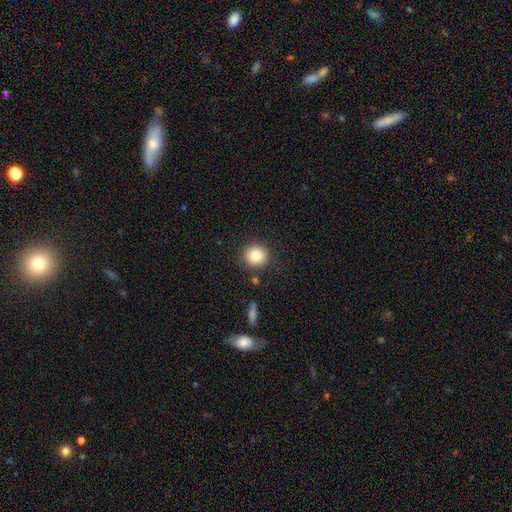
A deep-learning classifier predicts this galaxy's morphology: Smooth or featured?
  - smooth: 84% *
  - star or artifact: 9%
  - featured or disk: 7%
How rounded?
  - round: 89% *
  - in between: 10%
  - cigar-shaped: 1%
Merging?
  - none: 87% *
  - minor disturbance: 8%
  - merger: 3%
  - major disturbance: 3%